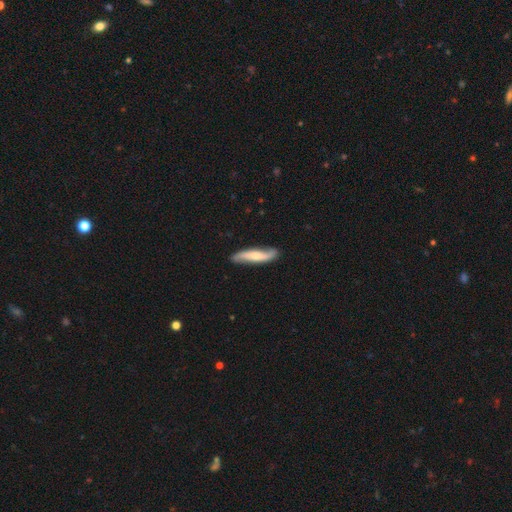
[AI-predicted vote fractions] This appears to be a featured or disk galaxy (60%). Merging: none (84%).